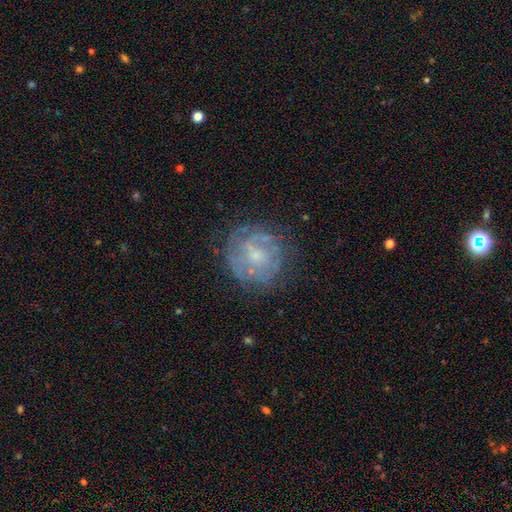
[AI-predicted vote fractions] Smooth or featured?
  - featured or disk: 64% *
  - smooth: 27%
  - star or artifact: 9%
Edge-on disk?
  - no: 98% *
  - yes: 2%
Bar?
  - no: 73% *
  - weak: 23%
  - strong: 4%
Spiral arms?
  - yes: 57% *
  - no: 43%
Bulge size?
  - small: 58% *
  - moderate: 28%
  - none: 11%
  - large: 2%
  - dominant: 1%
Merging?
  - none: 70% *
  - minor disturbance: 18%
  - major disturbance: 11%
  - merger: 2%